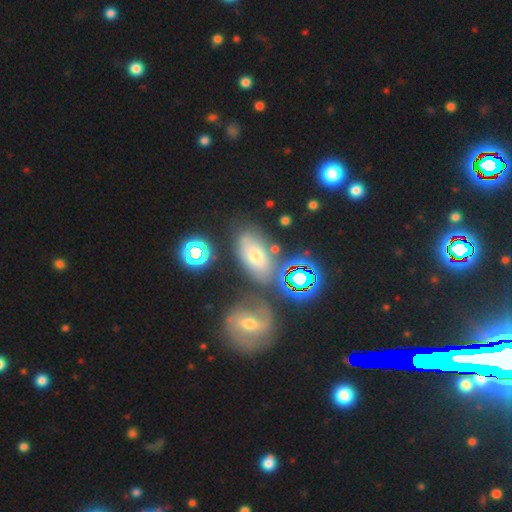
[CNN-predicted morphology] smooth_or_featured: smooth (p=0.50) [alt: featured or disk p=0.27]
how_rounded: in between (p=0.83) [alt: round p=0.13]
merging: none (p=0.65) [alt: minor disturbance p=0.15]